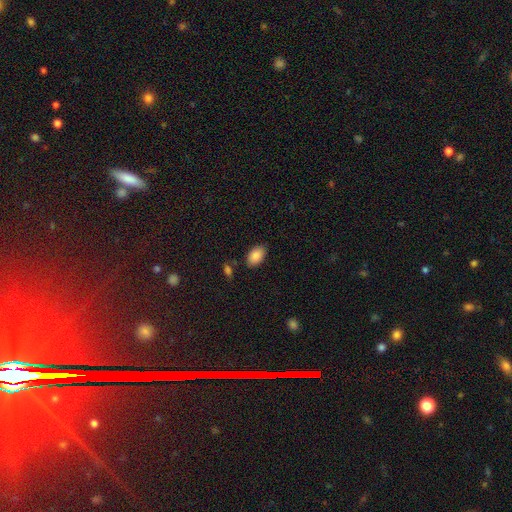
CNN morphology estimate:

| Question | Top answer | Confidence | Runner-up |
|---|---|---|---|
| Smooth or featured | smooth | 88% | star or artifact (7%) |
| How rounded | in between | 92% | round (7%) |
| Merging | none | 82% | minor disturbance (12%) |